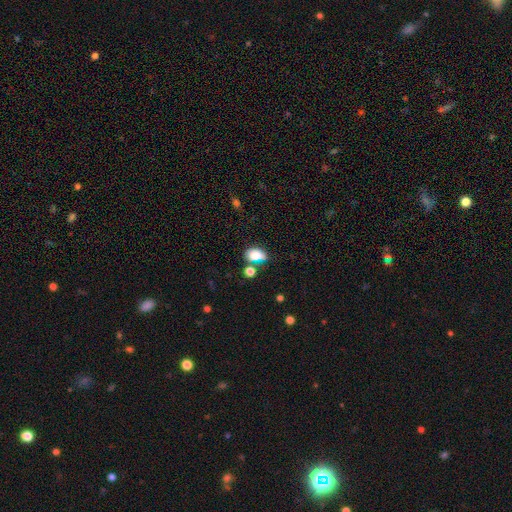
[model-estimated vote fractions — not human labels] A smooth galaxy with no disk features (81%) that is in between round and cigar-shaped (80%). Merging: none (47%).